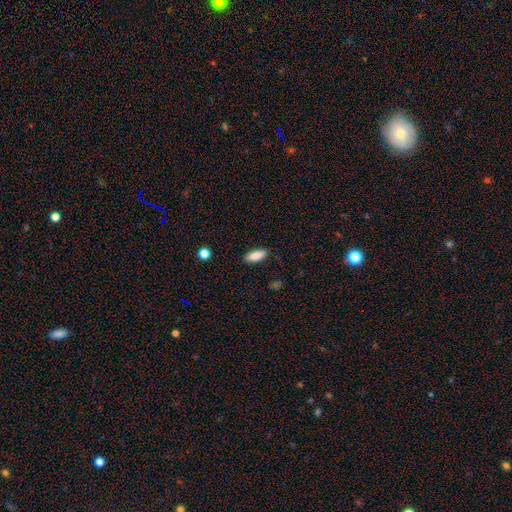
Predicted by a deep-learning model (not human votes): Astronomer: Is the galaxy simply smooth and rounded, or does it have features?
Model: smooth — 87%.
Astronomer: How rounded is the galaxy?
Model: in between — 78%.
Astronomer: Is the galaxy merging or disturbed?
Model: none — 87%.